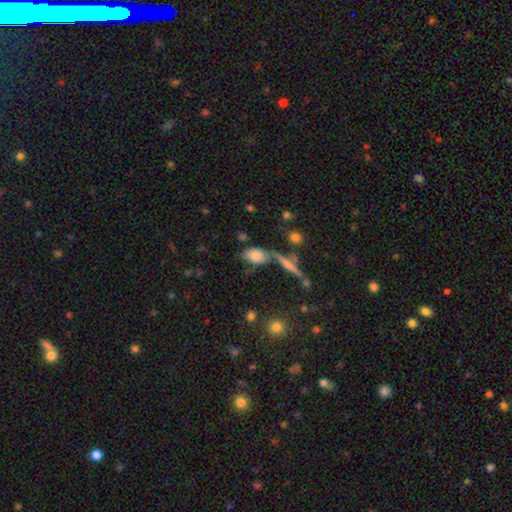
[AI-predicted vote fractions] This appears to be a smooth galaxy with no disk features (75%) that is in between round and cigar-shaped (86%). Merging: none (48%).